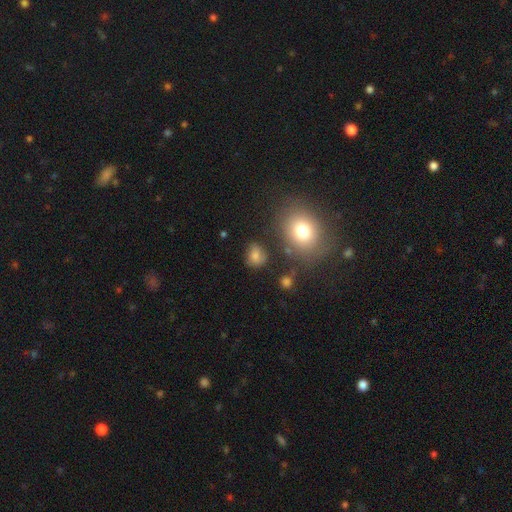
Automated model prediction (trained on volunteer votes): Smooth or featured?
  - smooth: 68% *
  - featured or disk: 18%
  - star or artifact: 15%
How rounded?
  - round: 58% *
  - in between: 41%
  - cigar-shaped: 1%
Merging?
  - none: 66% *
  - minor disturbance: 21%
  - major disturbance: 8%
  - merger: 5%